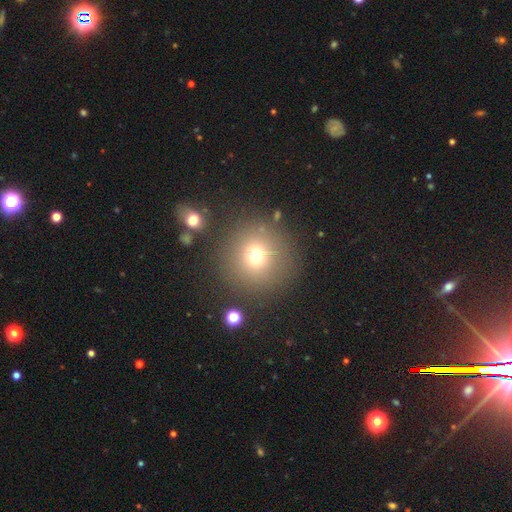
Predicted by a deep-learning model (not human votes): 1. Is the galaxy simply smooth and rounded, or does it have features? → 71% smooth, 18% star or artifact, 11% featured or disk.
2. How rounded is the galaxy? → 94% round, 5% in between, 1% cigar-shaped.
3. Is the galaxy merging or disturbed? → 84% none, 7% minor disturbance, 4% major disturbance, 4% merger.